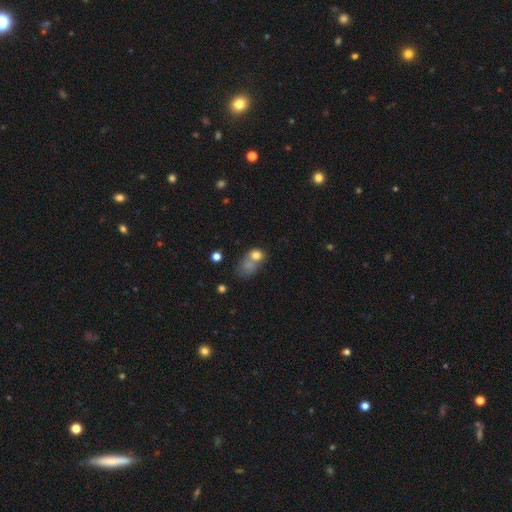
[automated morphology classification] Smooth or featured? smooth (74%)
How rounded? in between (49%, tied with round)
Merging? merger (51%)